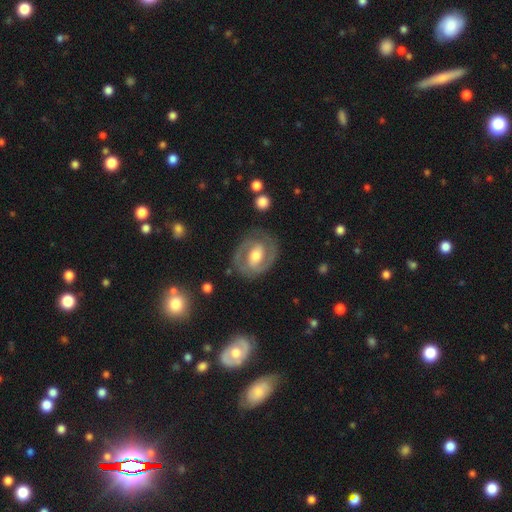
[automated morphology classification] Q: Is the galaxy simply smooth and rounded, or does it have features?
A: featured or disk — 81%.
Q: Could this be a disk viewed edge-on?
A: no — 97%.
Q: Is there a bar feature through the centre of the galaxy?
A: weak — 41%.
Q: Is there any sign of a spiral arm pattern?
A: yes — 88%.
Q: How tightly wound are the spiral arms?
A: tight — 47%.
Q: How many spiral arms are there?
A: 2 — 88%.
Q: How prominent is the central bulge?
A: moderate — 65%.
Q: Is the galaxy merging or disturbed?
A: none — 82%.